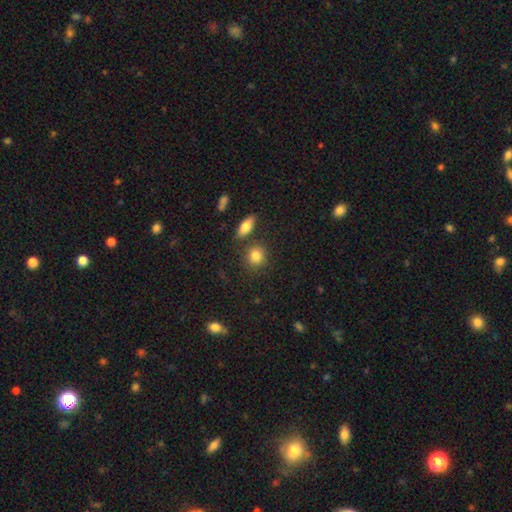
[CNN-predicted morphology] The model was most divided on "how rounded": round: 74%, in between: 24%, cigar-shaped: 2%. More confident: smooth or featured — smooth (85%); merging — none (76%).